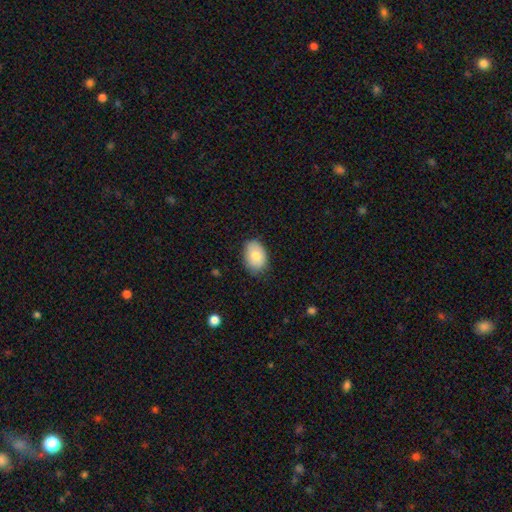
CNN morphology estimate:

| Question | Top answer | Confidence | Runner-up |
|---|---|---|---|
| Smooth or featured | smooth | 81% | featured or disk (12%) |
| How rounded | in between | 84% | round (15%) |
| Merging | none | 80% | minor disturbance (16%) |